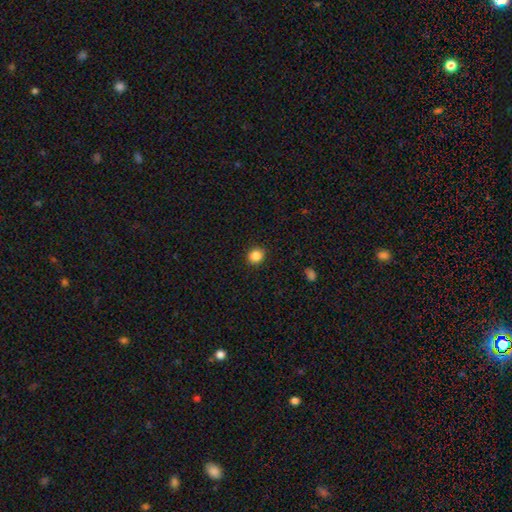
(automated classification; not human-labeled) smooth 86%, star or artifact 10%, featured or disk 4%. Down the decision tree: how rounded — round (81%); merging — none (91%).